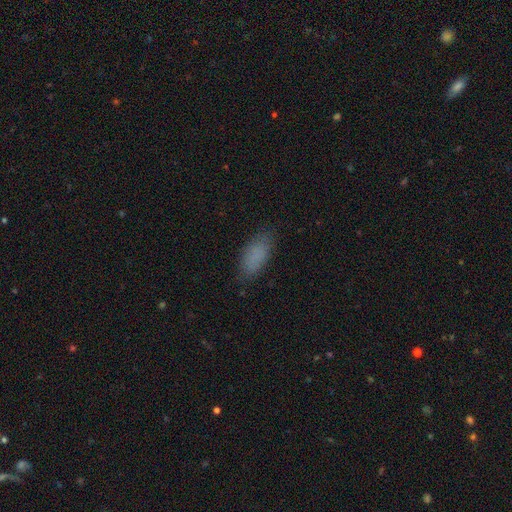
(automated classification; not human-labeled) smooth_or_featured: smooth (p=0.84) [alt: star or artifact p=0.09]
how_rounded: in between (p=0.84) [alt: cigar-shaped p=0.14]
merging: none (p=0.81) [alt: minor disturbance p=0.14]